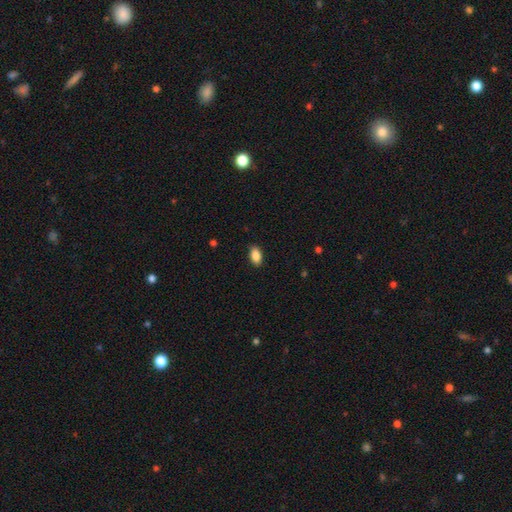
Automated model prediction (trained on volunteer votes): Smooth or featured? smooth (88%)
How rounded? in between (92%)
Merging? none (89%)